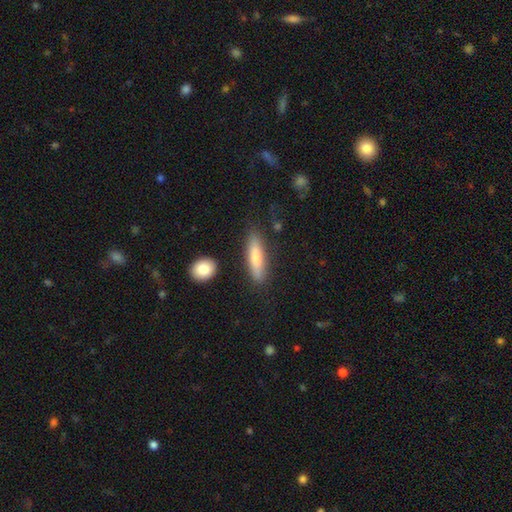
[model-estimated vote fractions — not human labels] A smooth galaxy with no disk features (68%) that is cigar-shaped (74%).

Vote fractions:
- Smooth or featured? smooth: 68% / featured or disk: 25% / star or artifact: 7%
- How rounded? cigar-shaped: 74% / in between: 24% / round: 2%
- Merging? none: 82% / minor disturbance: 11% / merger: 3% / major disturbance: 3%